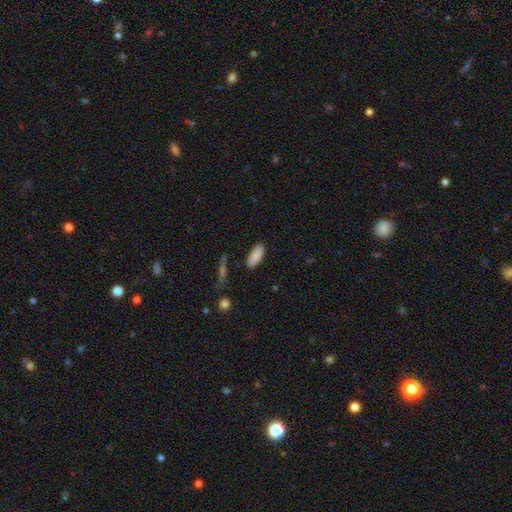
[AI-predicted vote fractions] Morphology: type=smooth (88%); roundness=in between (80%); merging=none (85%).